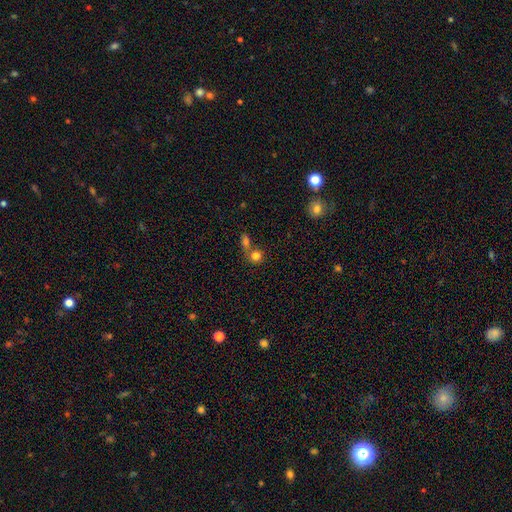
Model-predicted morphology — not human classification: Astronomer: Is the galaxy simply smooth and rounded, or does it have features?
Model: smooth — 80%.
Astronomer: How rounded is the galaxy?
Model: round — 82%.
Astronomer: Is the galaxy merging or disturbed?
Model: none — 46% (runner-up: merger, 43%).